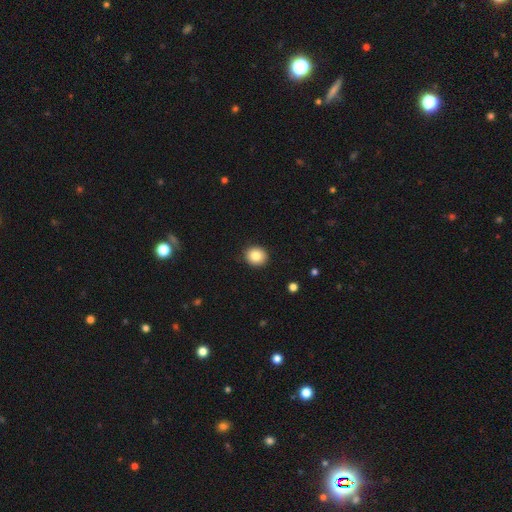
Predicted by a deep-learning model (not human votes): The model was most divided on "how rounded": round: 85%, in between: 14%, cigar-shaped: 1%. More confident: merging — none (91%); smooth or featured — smooth (84%).